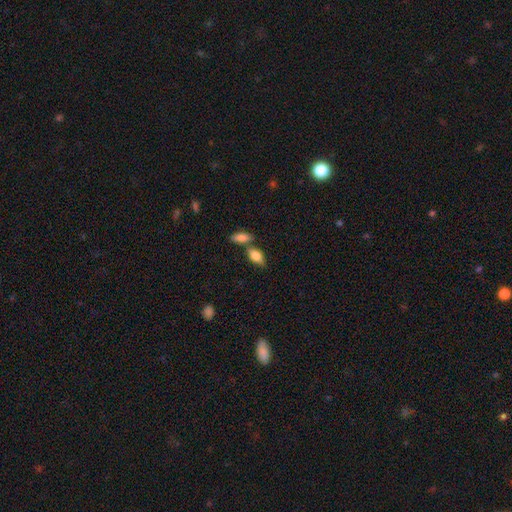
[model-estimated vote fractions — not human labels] Morphology: type=smooth (81%); roundness=in between (87%); merging=none (56%).